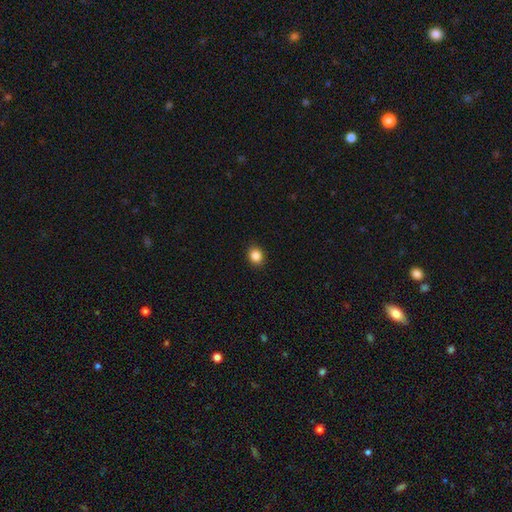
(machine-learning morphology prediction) Smooth or featured?
  - smooth: 87% *
  - star or artifact: 10%
  - featured or disk: 3%
How rounded?
  - round: 73% *
  - in between: 26%
  - cigar-shaped: 1%
Merging?
  - none: 90% *
  - minor disturbance: 7%
  - major disturbance: 2%
  - merger: 1%